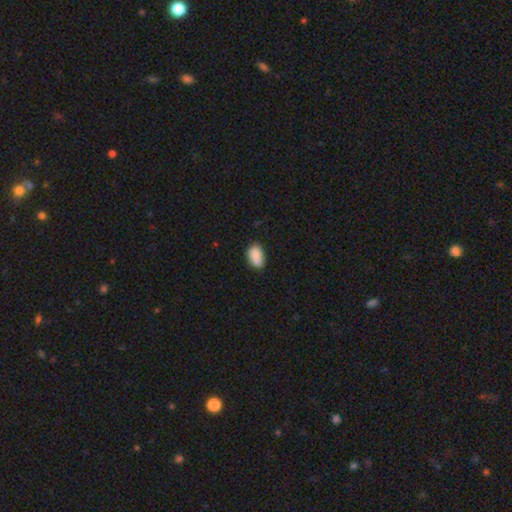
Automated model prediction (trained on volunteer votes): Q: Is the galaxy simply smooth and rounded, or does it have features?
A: smooth — 86%.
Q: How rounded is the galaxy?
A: in between — 89%.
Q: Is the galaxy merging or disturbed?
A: none — 70%.